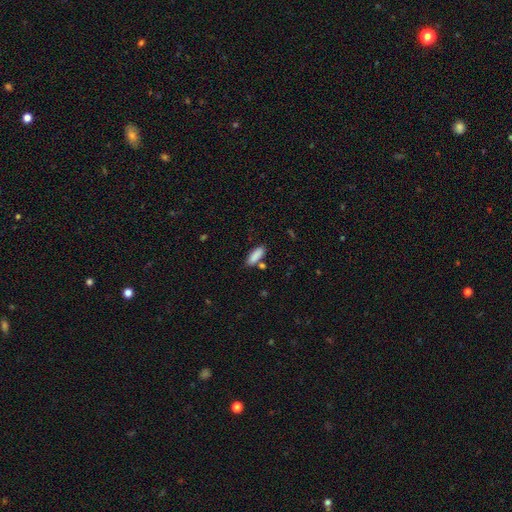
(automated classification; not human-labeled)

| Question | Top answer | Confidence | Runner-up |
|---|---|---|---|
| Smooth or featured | smooth | 88% | star or artifact (7%) |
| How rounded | in between | 62% | cigar-shaped (36%) |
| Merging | none | 75% | minor disturbance (14%) |